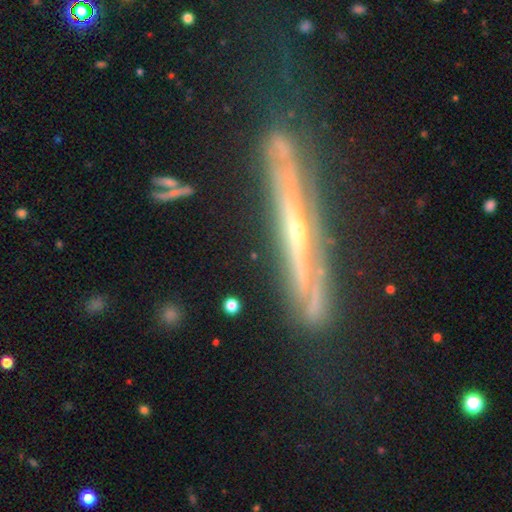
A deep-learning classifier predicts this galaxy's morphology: Smooth or featured: featured or disk — 77% (smooth — 13%)
Edge-on disk: yes — 86% (no — 14%)
Edge-on bulge: rounded — 51% (none — 43%)
Merging: none — 74% (minor disturbance — 17%)